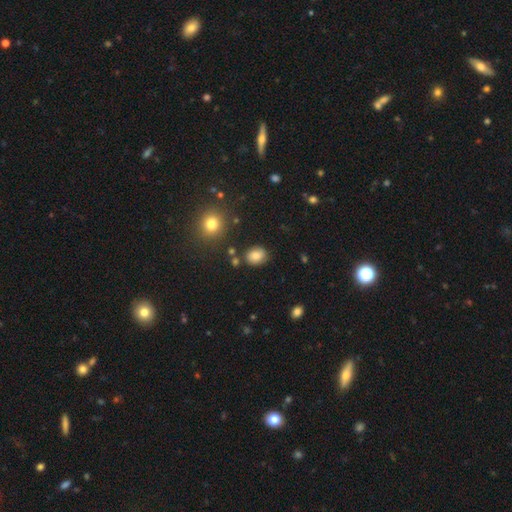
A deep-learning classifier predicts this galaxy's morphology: Smooth or featured? Predicted: smooth (p=0.82). How rounded? Predicted: in between (p=0.52). Merging? Predicted: none (p=0.82).